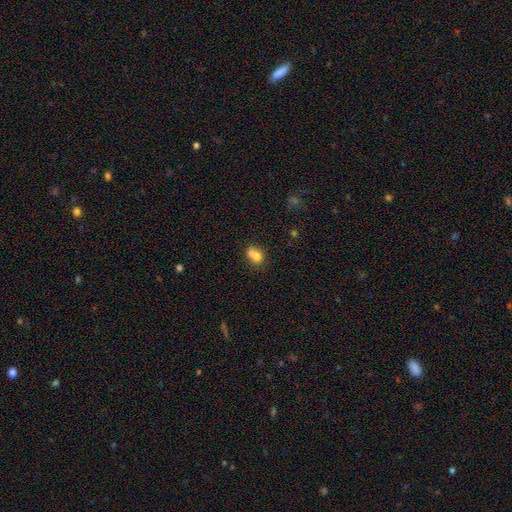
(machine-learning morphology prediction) Overall: smooth (73%). How rounded: round (56%; in between 43%). Merging: merger (51%; none 33%).